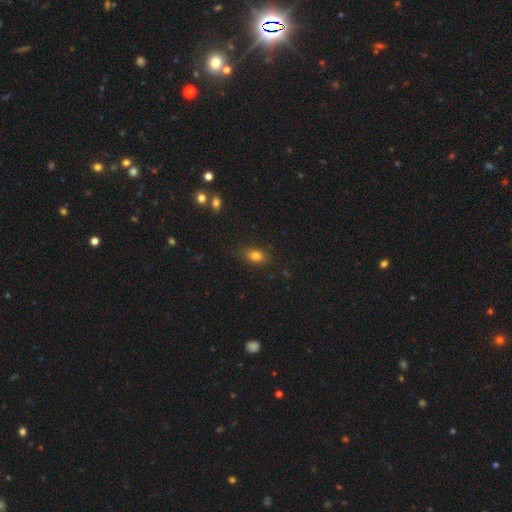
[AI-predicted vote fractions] This is clearly a smooth galaxy (81%). How rounded: likely in between (75%). Merging: likely none (75%).